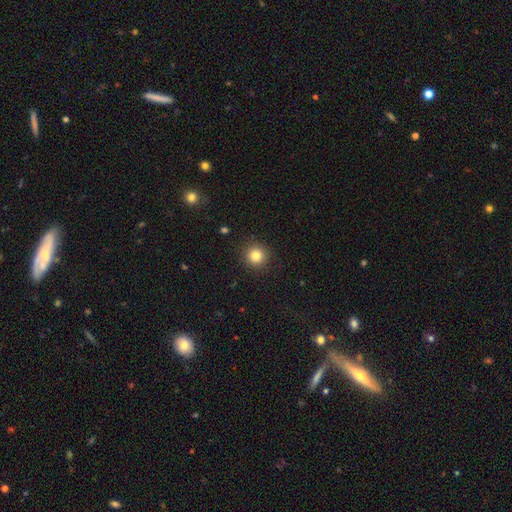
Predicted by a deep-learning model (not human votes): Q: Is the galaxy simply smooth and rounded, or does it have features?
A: smooth — 82%.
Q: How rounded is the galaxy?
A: round — 94%.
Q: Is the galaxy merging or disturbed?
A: none — 91%.